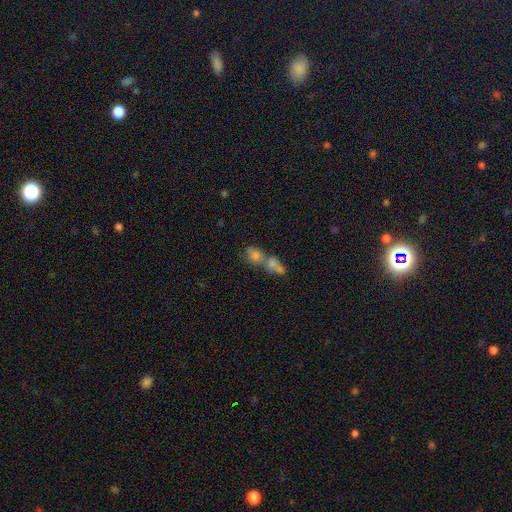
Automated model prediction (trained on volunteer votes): Q: Smooth or featured?
A: smooth (60%); runner-up: featured or disk (23%)
Q: How rounded?
A: round (52%); runner-up: in between (41%)
Q: Merging?
A: merger (62%); runner-up: none (25%)